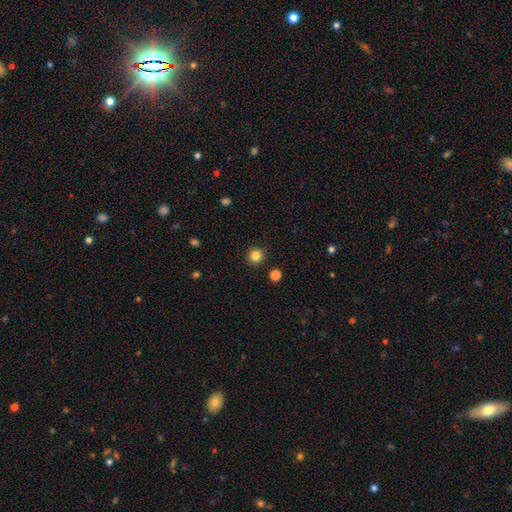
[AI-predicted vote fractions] Smooth or featured? smooth (84%)
How rounded? round (94%)
Merging? none (92%)